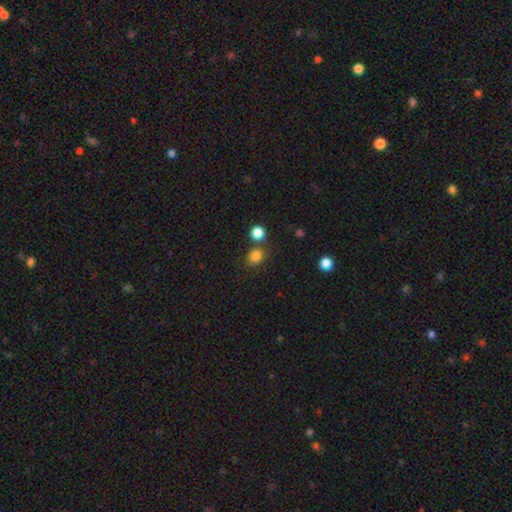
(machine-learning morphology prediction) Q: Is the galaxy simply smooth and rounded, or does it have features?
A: smooth — 82%.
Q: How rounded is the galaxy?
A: round — 73%.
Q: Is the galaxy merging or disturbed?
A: none — 71%.